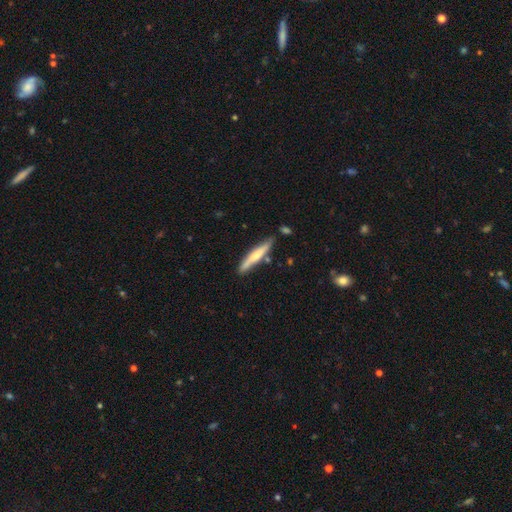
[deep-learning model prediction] smooth-or-featured: smooth: 55% | featured or disk: 40% | star or artifact: 5%
  how-rounded: cigar-shaped: 91% | in between: 8% | round: 1%
  merging: none: 78% | minor disturbance: 14% | merger: 5% | major disturbance: 2%